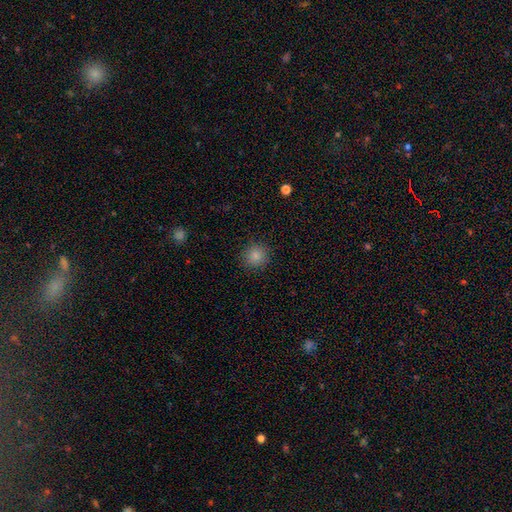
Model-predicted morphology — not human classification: Q: Smooth or featured?
A: smooth (85%); runner-up: star or artifact (11%)
Q: How rounded?
A: round (92%); runner-up: in between (7%)
Q: Merging?
A: none (90%); runner-up: minor disturbance (7%)